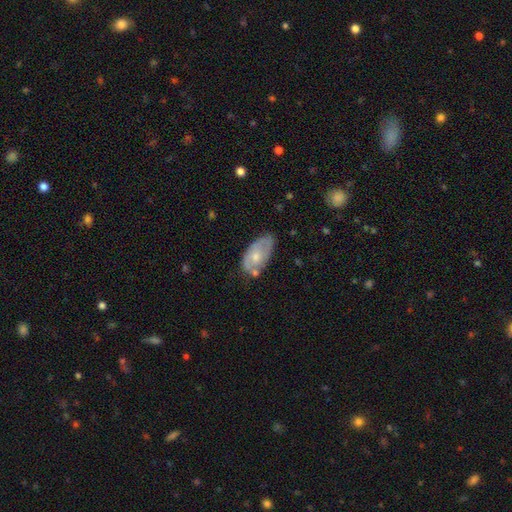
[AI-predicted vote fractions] This is possibly a featured or disk galaxy (47%, tied with smooth). Merging: possibly none (52%).